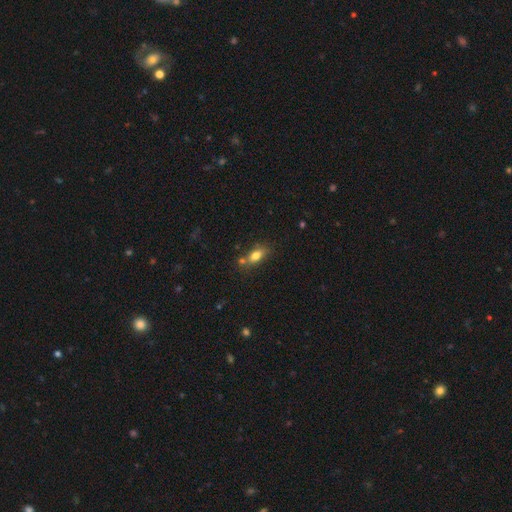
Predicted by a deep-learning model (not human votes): Smooth or featured? smooth (76%)
How rounded? in between (80%)
Merging? none (64%)